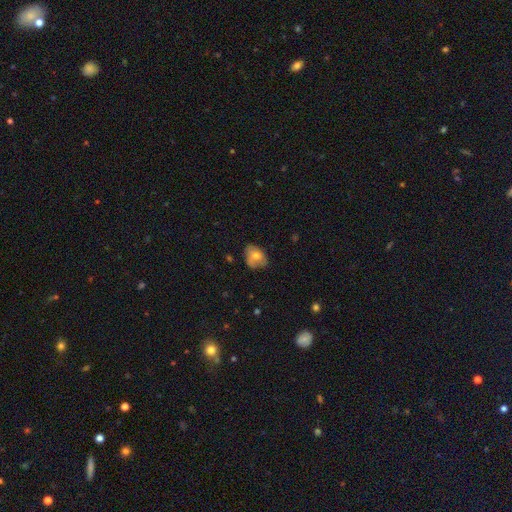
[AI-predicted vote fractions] Smooth or featured: smooth — 65% (featured or disk — 27%)
How rounded: in between — 67% (round — 32%)
Merging: none — 51% (minor disturbance — 35%)